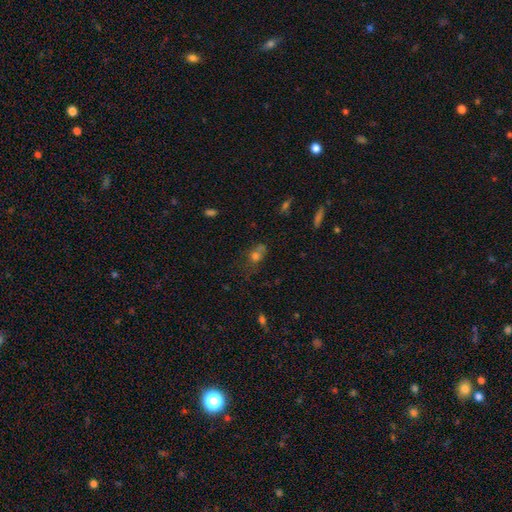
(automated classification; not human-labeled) A smooth galaxy with no disk features (58%) that is in between round and cigar-shaped (55%).

Vote fractions:
- Smooth or featured? smooth: 58% / star or artifact: 25% / featured or disk: 17%
- How rounded? in between: 55% / round: 38% / cigar-shaped: 7%
- Merging? none: 44% / minor disturbance: 24% / major disturbance: 20% / merger: 12%